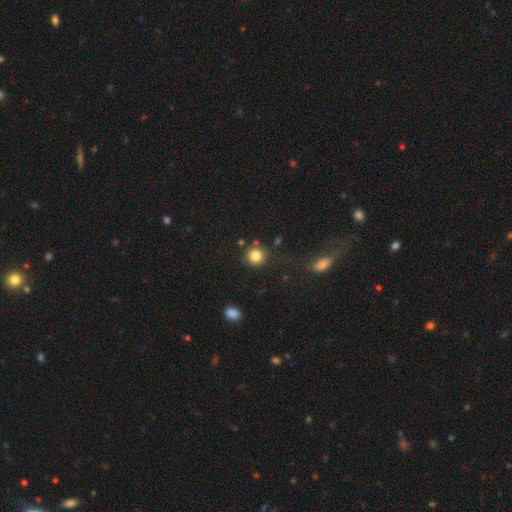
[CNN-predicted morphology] A smooth galaxy with no disk features (84%) that is round (91%).

Vote fractions:
- Smooth or featured? smooth: 84% / star or artifact: 11% / featured or disk: 6%
- How rounded? round: 91% / in between: 8% / cigar-shaped: 1%
- Merging? none: 82% / minor disturbance: 9% / merger: 5% / major disturbance: 3%